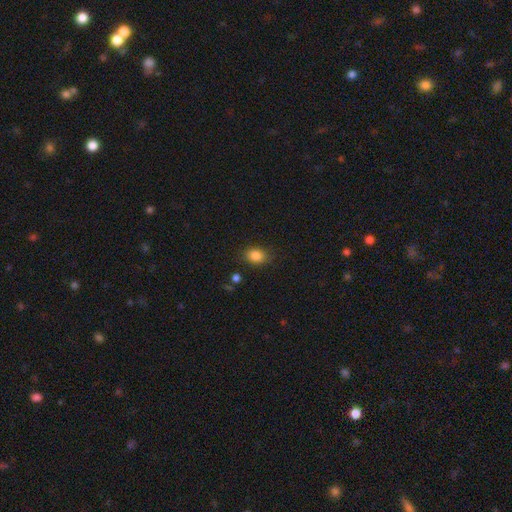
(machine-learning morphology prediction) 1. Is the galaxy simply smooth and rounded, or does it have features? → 85% smooth, 10% star or artifact, 5% featured or disk.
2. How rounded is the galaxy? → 64% in between, 34% round, 1% cigar-shaped.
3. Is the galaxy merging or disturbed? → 82% none, 12% minor disturbance, 4% major disturbance, 2% merger.